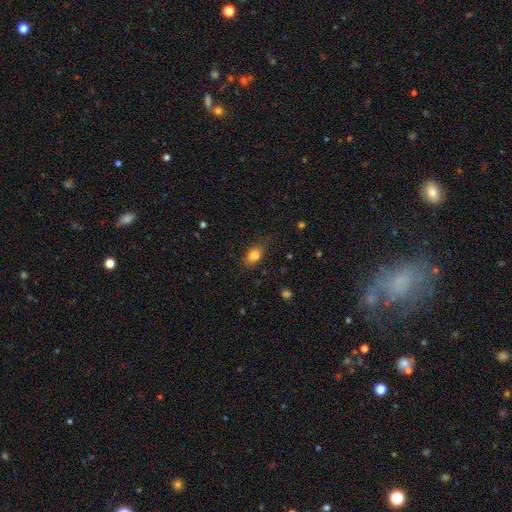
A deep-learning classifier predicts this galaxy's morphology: Overall: smooth (82%). How rounded: in between (73%). Merging: none (74%).